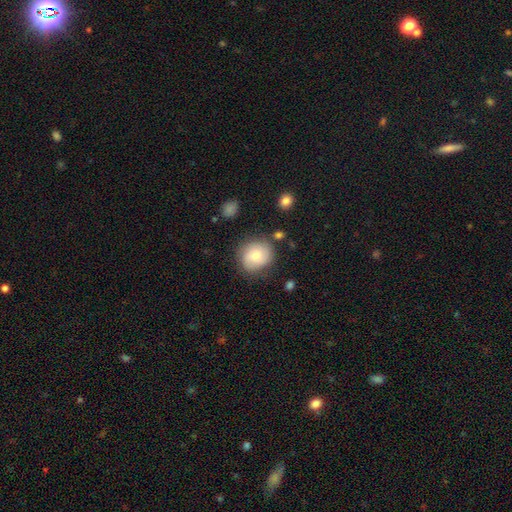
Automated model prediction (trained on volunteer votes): smooth_or_featured: smooth (p=0.66) [alt: featured or disk p=0.26]
how_rounded: round (p=0.78) [alt: in between p=0.21]
merging: none (p=0.74) [alt: minor disturbance p=0.18]